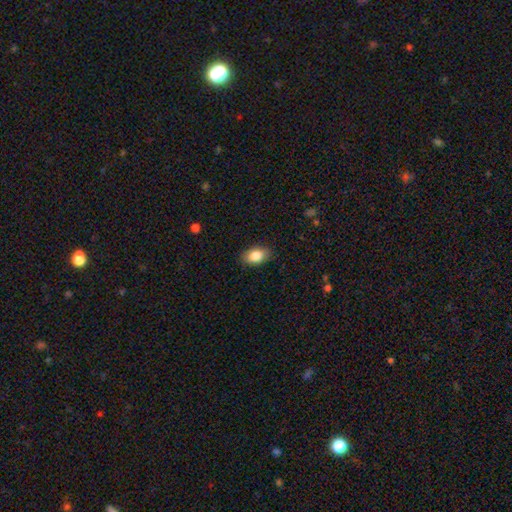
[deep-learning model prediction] smooth-or-featured: smooth: 85% | featured or disk: 8% | star or artifact: 7%
  how-rounded: in between: 89% | round: 9% | cigar-shaped: 2%
  merging: none: 87% | minor disturbance: 10% | major disturbance: 2% | merger: 1%